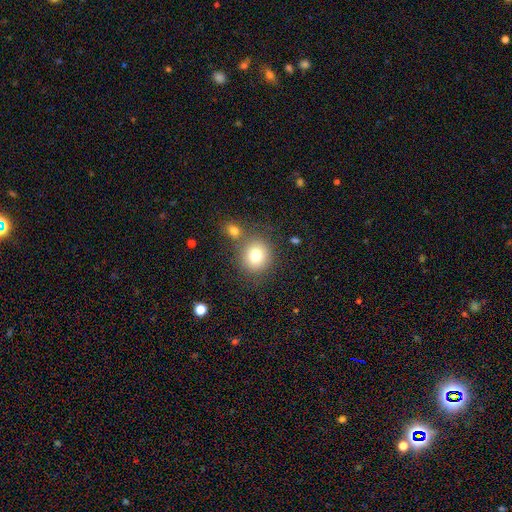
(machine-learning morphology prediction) The model was most divided on "merging": none: 68%, merger: 18%, minor disturbance: 10%, major disturbance: 4%. More confident: how rounded — round (87%); smooth or featured — smooth (77%).